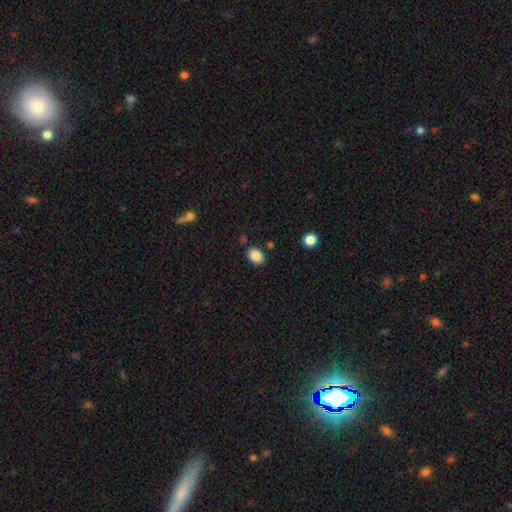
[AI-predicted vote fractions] The model was most divided on "how rounded": in between: 63%, round: 36%, cigar-shaped: 1%. More confident: smooth or featured — smooth (87%); merging — none (84%).